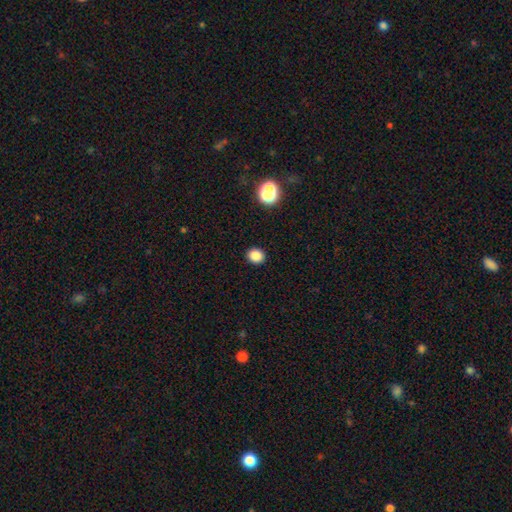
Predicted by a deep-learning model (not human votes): A smooth galaxy with no disk features (85%) that is round (76%).

Vote fractions:
- Smooth or featured? smooth: 85% / star or artifact: 12% / featured or disk: 3%
- How rounded? round: 76% / in between: 23% / cigar-shaped: 1%
- Merging? none: 91% / minor disturbance: 6% / major disturbance: 2% / merger: 1%